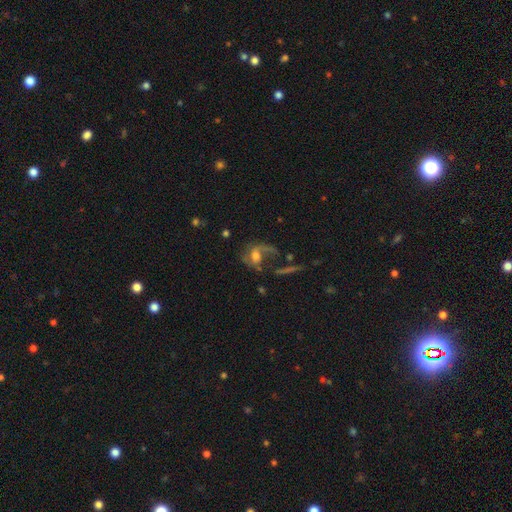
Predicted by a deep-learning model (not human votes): A featured or disk galaxy (64%) with no bar (54%), spiral arms (77%) and a moderate central bulge (54%).

Vote fractions:
- Smooth or featured? featured or disk: 64% / smooth: 25% / star or artifact: 11%
- Edge-on disk? no: 95% / yes: 5%
- Bar? no: 54% / weak: 35% / strong: 10%
- Spiral arms? yes: 77% / no: 23%
- Bulge size? moderate: 54% / small: 23% / large: 14% / none: 6% / dominant: 2%
- Merging? major disturbance: 40% / none: 35% / minor disturbance: 17% / merger: 9%